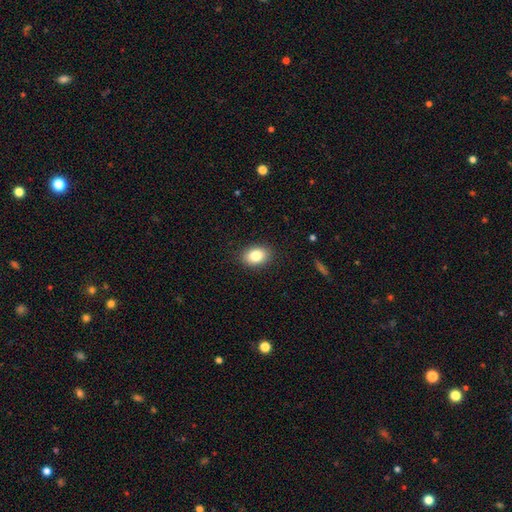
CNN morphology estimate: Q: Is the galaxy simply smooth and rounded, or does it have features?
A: smooth — 83%.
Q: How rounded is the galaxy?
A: in between — 74%.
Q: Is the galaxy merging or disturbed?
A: none — 88%.